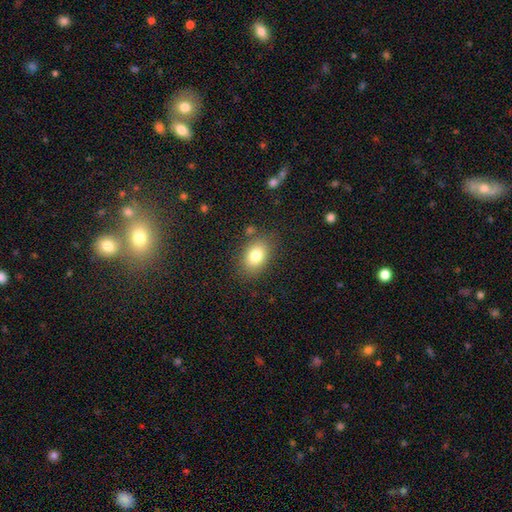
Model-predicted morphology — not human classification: smooth 80%, featured or disk 10%, star or artifact 9%. Down the decision tree: how rounded — in between (81%); merging — none (81%).